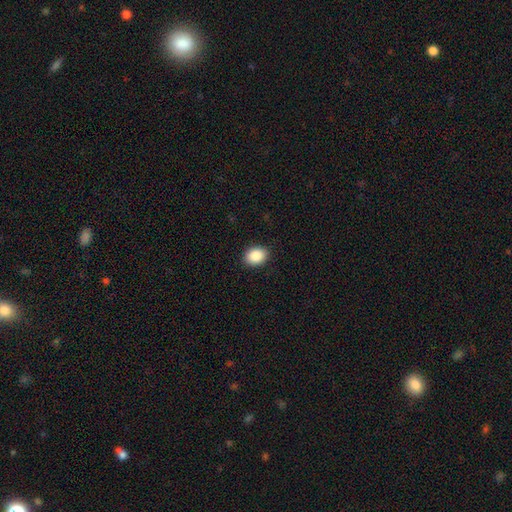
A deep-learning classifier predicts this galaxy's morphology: smooth_or_featured: smooth (p=0.89) [alt: star or artifact p=0.08]
how_rounded: in between (p=0.65) [alt: round p=0.34]
merging: none (p=0.90) [alt: minor disturbance p=0.07]